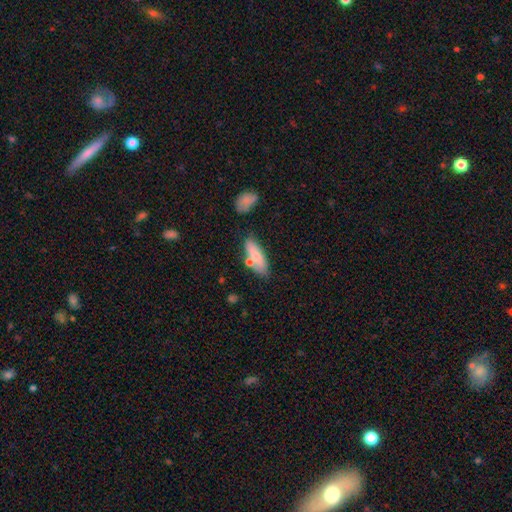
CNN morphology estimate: Smooth or featured?
  - smooth: 73% *
  - featured or disk: 20%
  - star or artifact: 7%
How rounded?
  - in between: 59% *
  - cigar-shaped: 38%
  - round: 3%
Merging?
  - none: 64% *
  - minor disturbance: 18%
  - merger: 13%
  - major disturbance: 5%